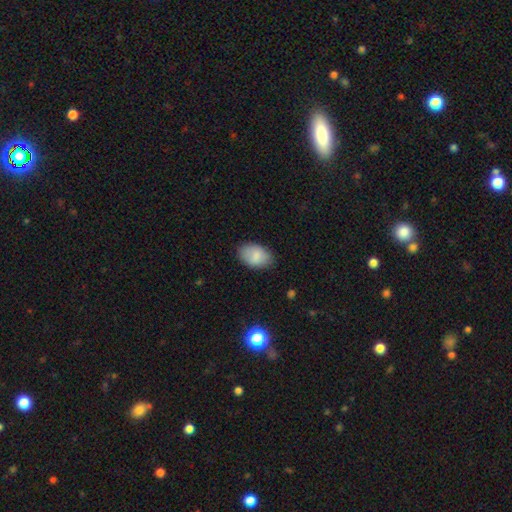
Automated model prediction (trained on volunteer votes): Smooth or featured? Predicted: smooth (p=0.83). How rounded? Predicted: in between (p=0.89). Merging? Predicted: none (p=0.79).